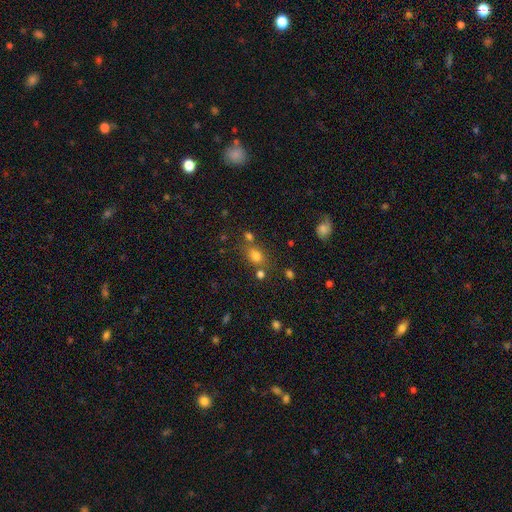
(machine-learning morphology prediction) Smooth or featured? Predicted: smooth (p=0.73). How rounded? Predicted: in between (p=0.58). Merging? Predicted: none (p=0.61).